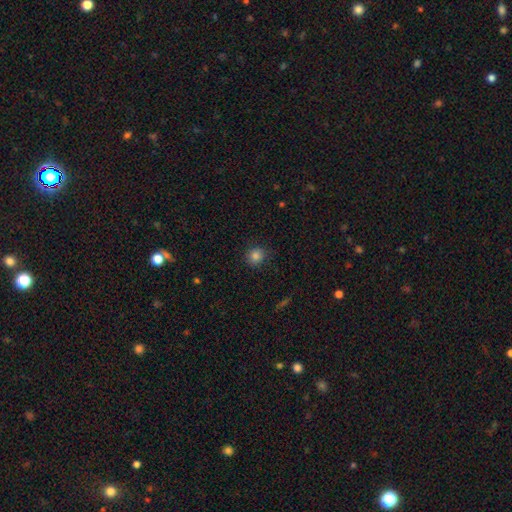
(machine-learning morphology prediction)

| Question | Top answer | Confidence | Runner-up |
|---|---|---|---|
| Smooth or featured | smooth | 83% | star or artifact (12%) |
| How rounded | round | 82% | in between (17%) |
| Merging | none | 85% | minor disturbance (11%) |